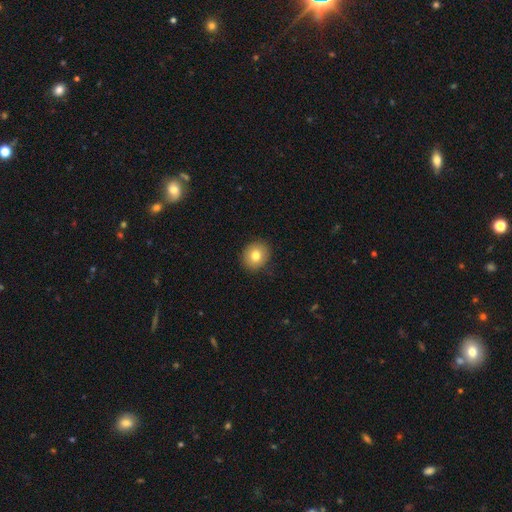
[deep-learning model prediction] The model was most divided on "how rounded": round: 81%, in between: 18%, cigar-shaped: 1%. More confident: merging — none (91%); smooth or featured — smooth (79%).